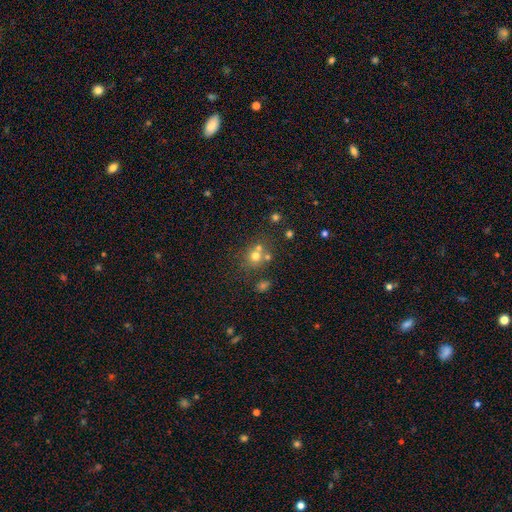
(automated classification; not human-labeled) A smooth galaxy with no disk features (66%) that is round (82%).

Vote fractions:
- Smooth or featured? smooth: 66% / star or artifact: 19% / featured or disk: 15%
- How rounded? round: 82% / in between: 17% / cigar-shaped: 1%
- Merging? none: 53% / merger: 33% / minor disturbance: 10% / major disturbance: 4%